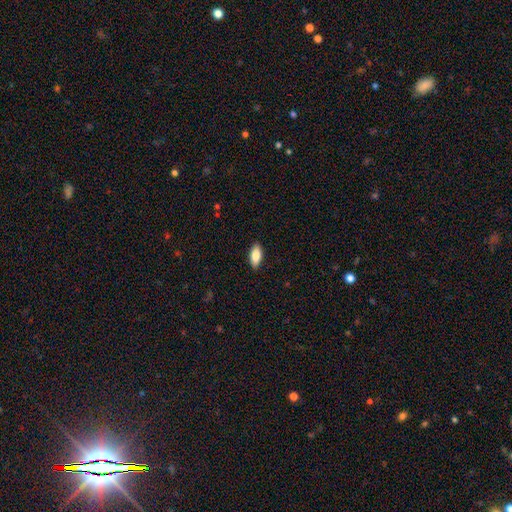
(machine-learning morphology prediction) A smooth galaxy with no disk features (82%) that is in between round and cigar-shaped (82%).

Vote fractions:
- Smooth or featured? smooth: 82% / featured or disk: 12% / star or artifact: 6%
- How rounded? in between: 82% / cigar-shaped: 16% / round: 2%
- Merging? none: 89% / minor disturbance: 8% / major disturbance: 2% / merger: 1%